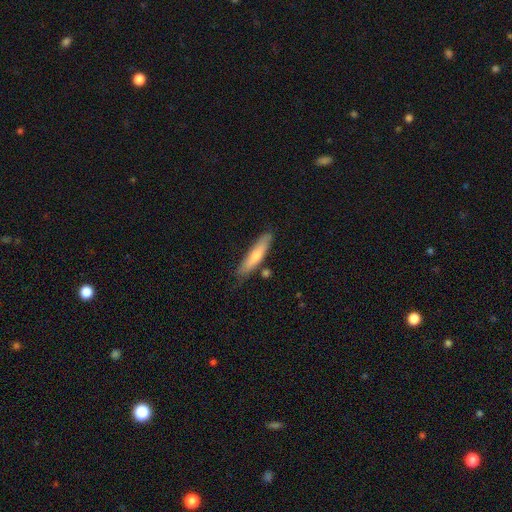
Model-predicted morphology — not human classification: Q: Smooth or featured?
A: smooth (59%); runner-up: featured or disk (34%)
Q: How rounded?
A: cigar-shaped (87%); runner-up: in between (11%)
Q: Merging?
A: none (79%); runner-up: minor disturbance (15%)